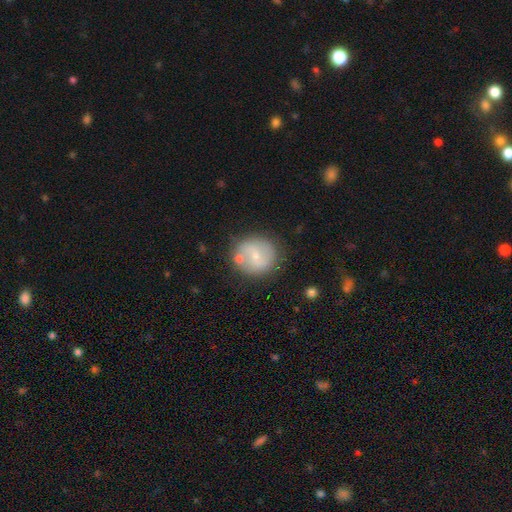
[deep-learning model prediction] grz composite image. It shows a smooth galaxy with no disk features (49%). Merging: none (72%).